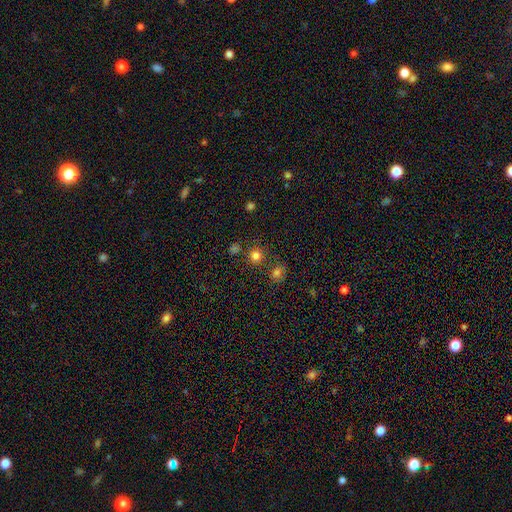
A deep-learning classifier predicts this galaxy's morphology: type=smooth (77%); roundness=round (92%); merging=none (81%).